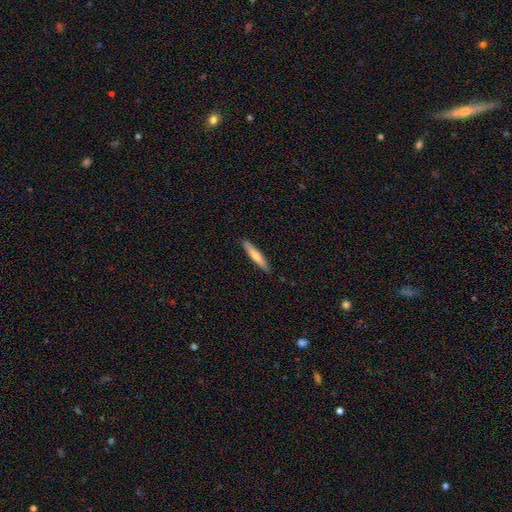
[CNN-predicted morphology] smooth 70%, featured or disk 25%, star or artifact 5%. Down the decision tree: how rounded — cigar-shaped (90%); merging — none (89%).